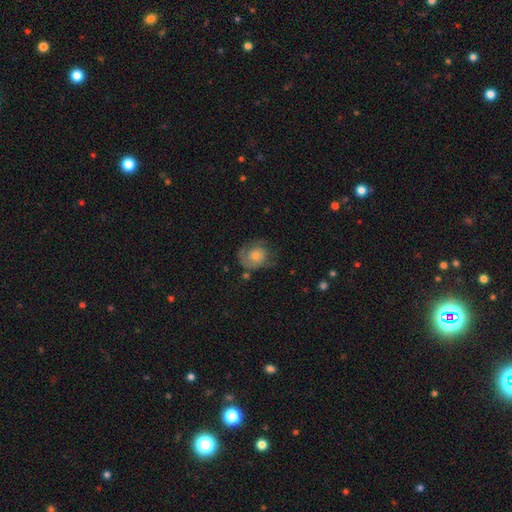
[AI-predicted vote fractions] This is possibly a featured or disk galaxy (56%). It is clearly not viewed edge-on (97%). Bar: clearly no (82%). Spiral arm pattern: clearly yes (81%). Central bulge: possibly moderate (50%). Merging: possibly none (59%).